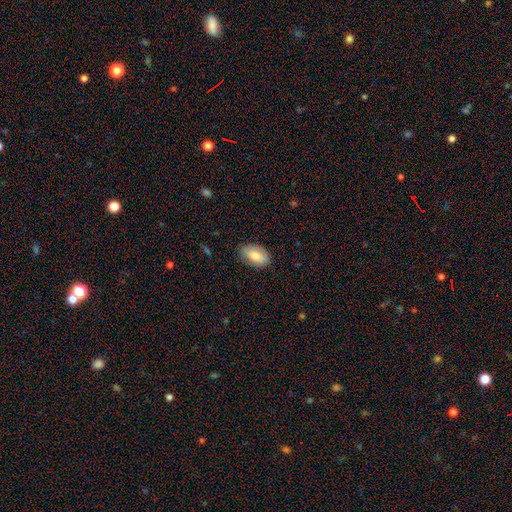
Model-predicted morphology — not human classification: Q: Smooth or featured?
A: smooth (82%); runner-up: featured or disk (12%)
Q: How rounded?
A: in between (93%); runner-up: round (5%)
Q: Merging?
A: none (82%); runner-up: minor disturbance (14%)